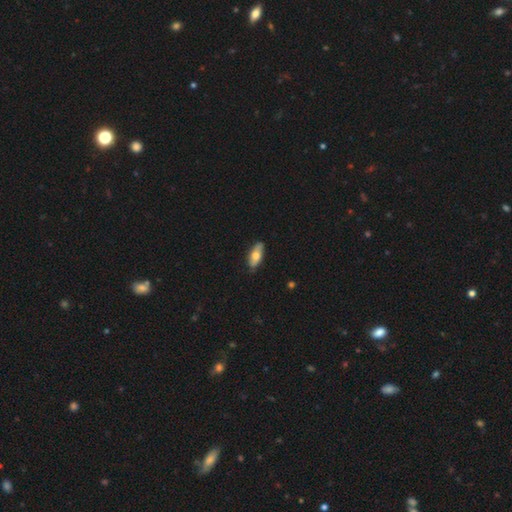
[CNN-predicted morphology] Smooth or featured? smooth (64%)
How rounded? in between (77%)
Merging? none (83%)